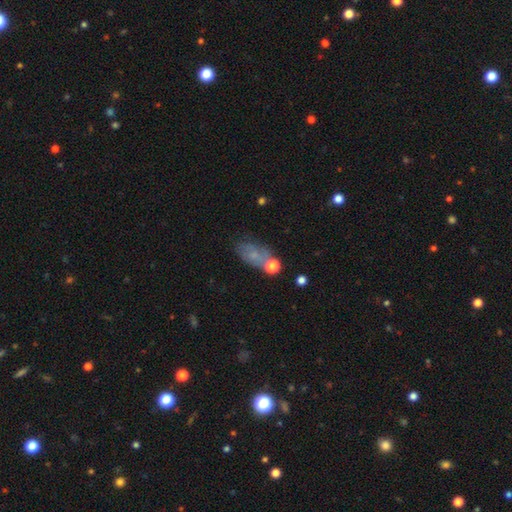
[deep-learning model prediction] Smooth or featured? smooth (53%)
How rounded? in between (81%)
Merging? none (50%)